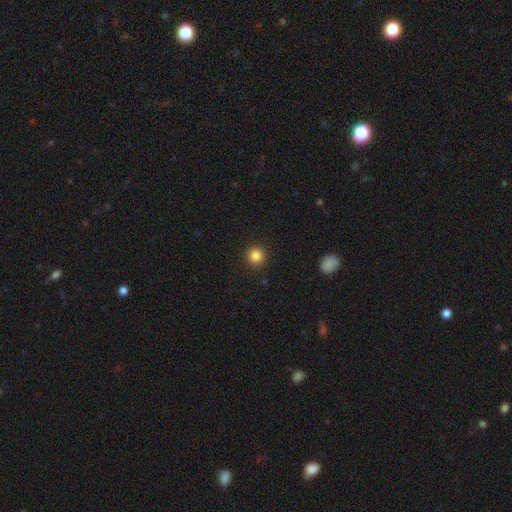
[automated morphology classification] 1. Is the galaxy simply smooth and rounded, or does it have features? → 84% smooth, 12% star or artifact, 4% featured or disk.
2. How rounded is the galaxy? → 94% round, 5% in between, 1% cigar-shaped.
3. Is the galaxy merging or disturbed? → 92% none, 5% minor disturbance, 2% major disturbance, 1% merger.